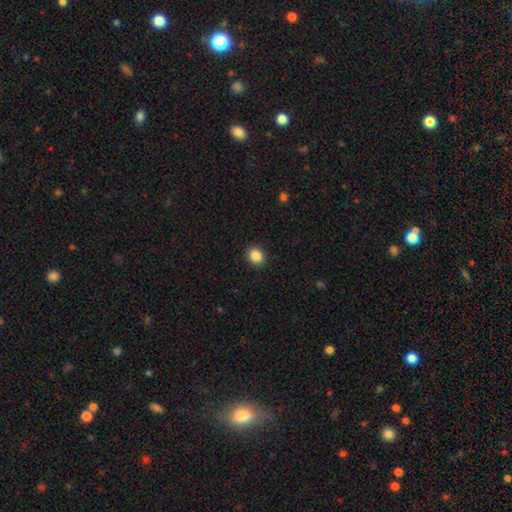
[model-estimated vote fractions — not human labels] A smooth galaxy with no disk features (87%) that is round (63%).

Vote fractions:
- Smooth or featured? smooth: 87% / star or artifact: 10% / featured or disk: 3%
- How rounded? round: 63% / in between: 36% / cigar-shaped: 1%
- Merging? none: 91% / minor disturbance: 6% / major disturbance: 2% / merger: 1%